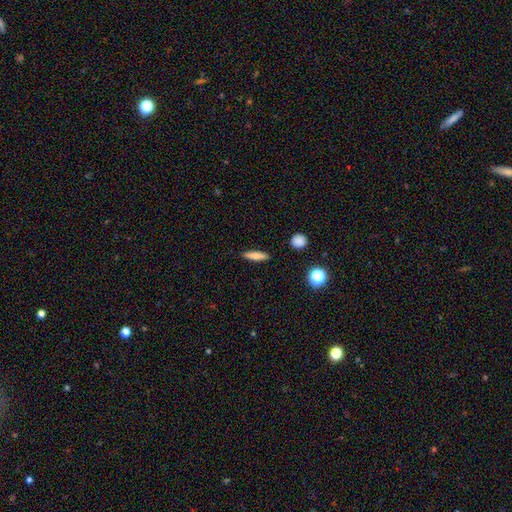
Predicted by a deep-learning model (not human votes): Smooth or featured? smooth (70%)
How rounded? cigar-shaped (74%)
Merging? none (89%)